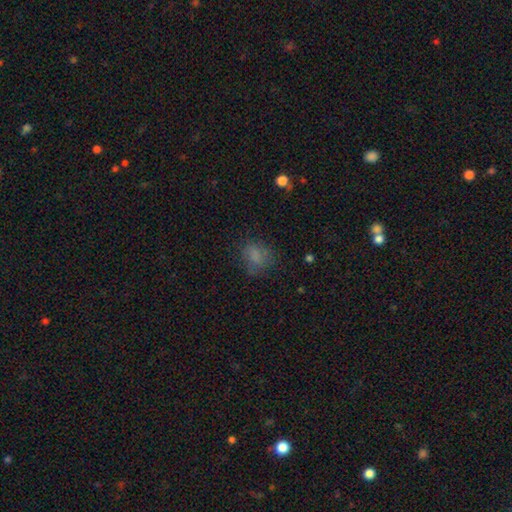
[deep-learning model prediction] Overall: smooth (73%). How rounded: round (52%; in between 46%). Merging: none (64%).